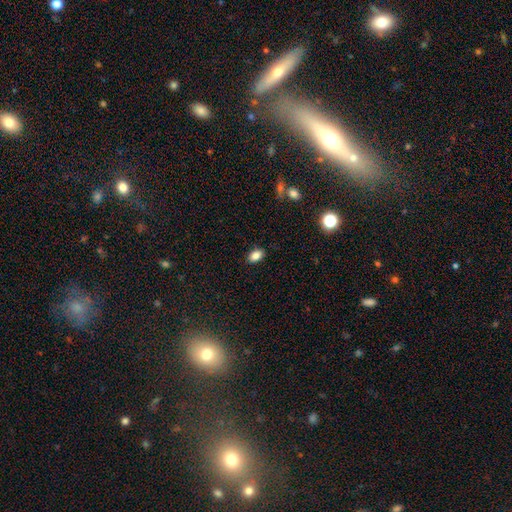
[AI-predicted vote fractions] Smooth or featured?
  - smooth: 85% *
  - star or artifact: 10%
  - featured or disk: 6%
How rounded?
  - in between: 85% *
  - round: 13%
  - cigar-shaped: 2%
Merging?
  - none: 87% *
  - minor disturbance: 9%
  - major disturbance: 2%
  - merger: 1%